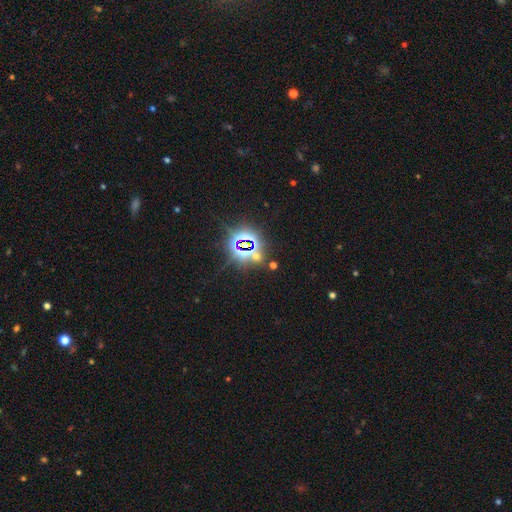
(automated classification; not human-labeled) Morphology: type=star or artifact (74%).